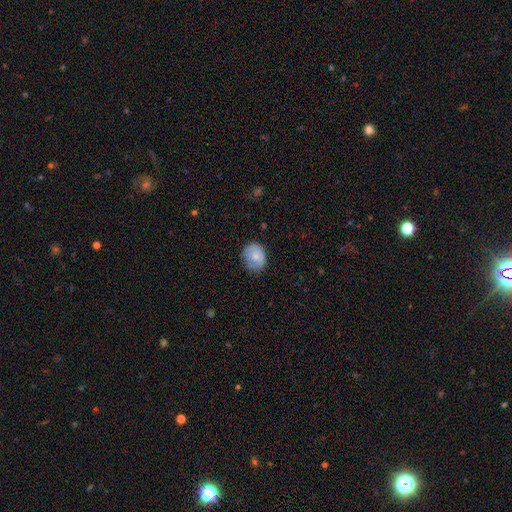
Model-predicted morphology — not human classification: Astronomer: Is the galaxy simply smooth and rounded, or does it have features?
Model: smooth — 77%.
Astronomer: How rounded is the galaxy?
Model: round — 59% (runner-up: in between, 40%).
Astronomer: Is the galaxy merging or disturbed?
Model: none — 62%.